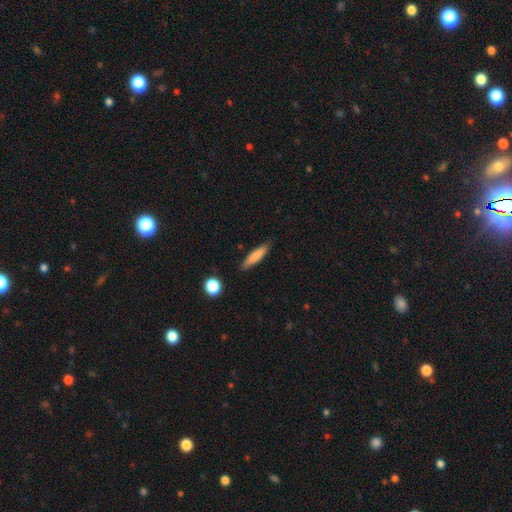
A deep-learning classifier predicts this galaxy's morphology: Q: Smooth or featured?
A: smooth (79%); runner-up: featured or disk (14%)
Q: How rounded?
A: cigar-shaped (80%); runner-up: in between (18%)
Q: Merging?
A: none (85%); runner-up: minor disturbance (11%)